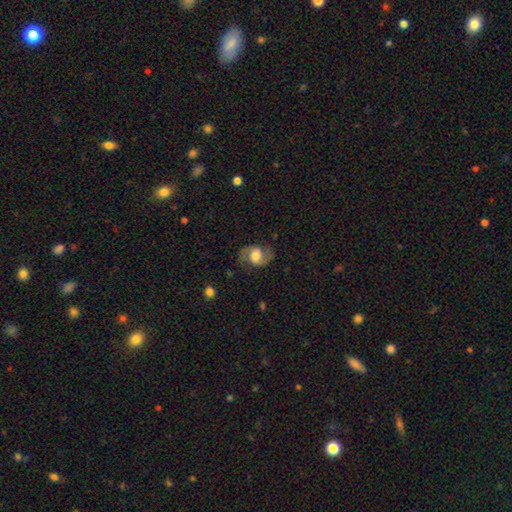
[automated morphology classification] Smooth or featured? featured or disk (62%)
Edge-on disk? no (96%)
Bar? no (46%)
Spiral arms? yes (88%)
Spiral winding? medium (48%)
Spiral arm count? 2 (90%)
Bulge size? moderate (47%)
Merging? none (72%)